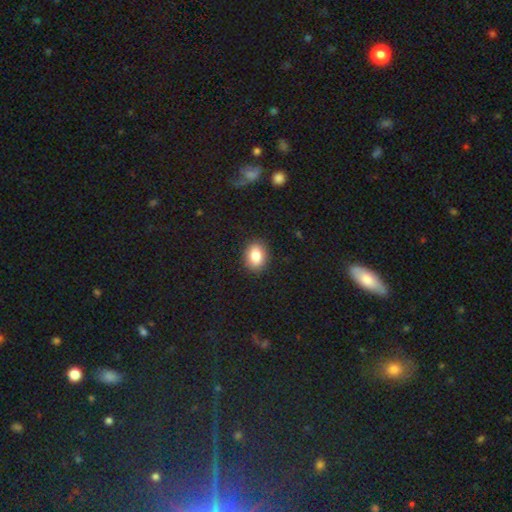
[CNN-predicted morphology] A smooth galaxy with no disk features (85%) that is in between round and cigar-shaped (64%).

Vote fractions:
- Smooth or featured? smooth: 85% / star or artifact: 9% / featured or disk: 7%
- How rounded? in between: 64% / round: 35% / cigar-shaped: 1%
- Merging? none: 88% / minor disturbance: 9% / major disturbance: 2% / merger: 1%